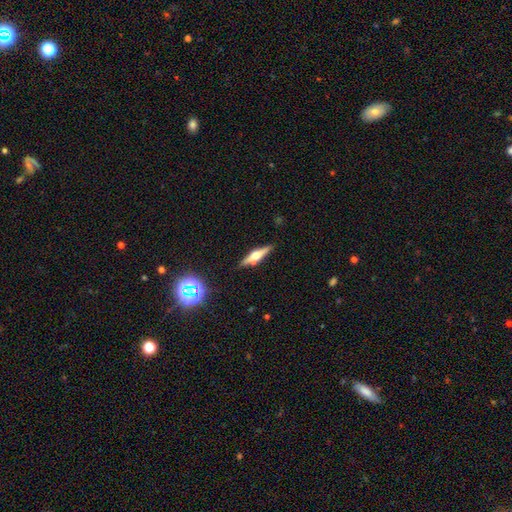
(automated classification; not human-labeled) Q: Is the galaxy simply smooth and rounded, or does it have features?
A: featured or disk — 64%.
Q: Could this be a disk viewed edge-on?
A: yes — 96%.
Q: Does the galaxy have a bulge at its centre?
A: rounded — 91%.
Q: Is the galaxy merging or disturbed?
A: none — 86%.